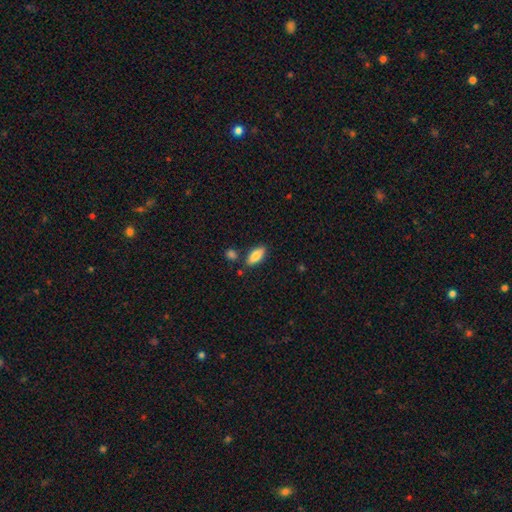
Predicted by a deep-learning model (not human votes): The model was most divided on "how rounded": in between: 80%, cigar-shaped: 18%, round: 2%. More confident: smooth or featured — smooth (82%); merging — none (81%).